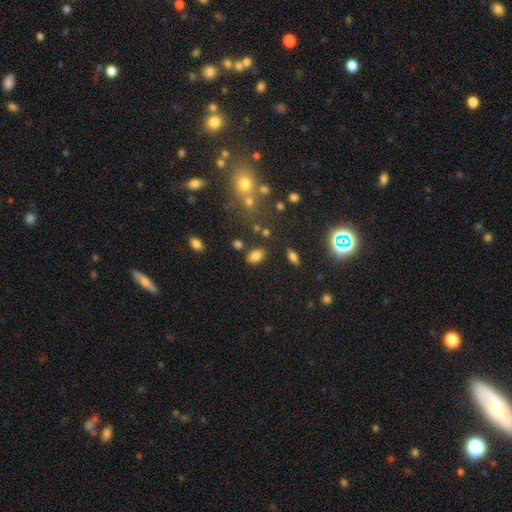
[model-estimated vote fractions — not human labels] This is likely a smooth galaxy (79%). How rounded: clearly in between (88%). Merging: likely none (78%).